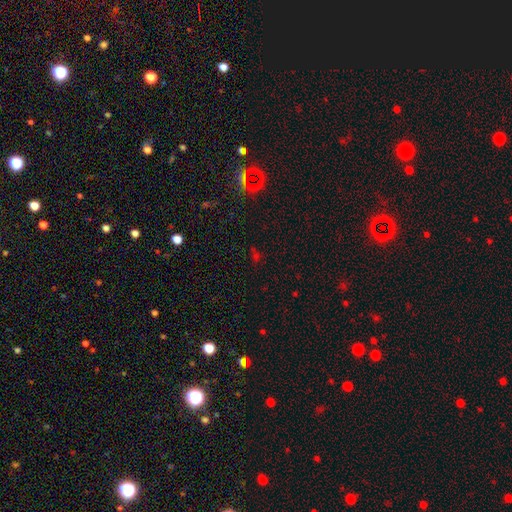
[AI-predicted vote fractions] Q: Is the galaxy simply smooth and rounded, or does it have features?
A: star or artifact — 61%.